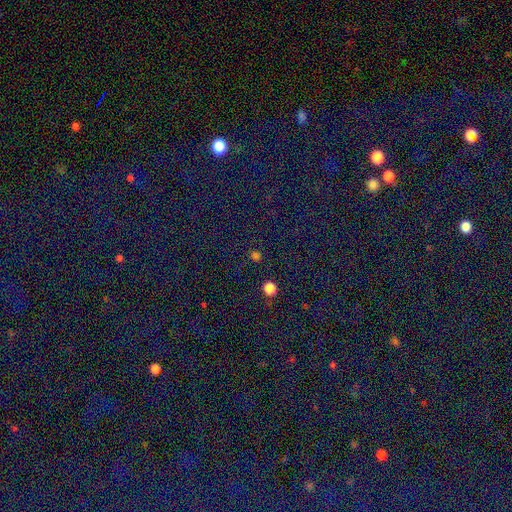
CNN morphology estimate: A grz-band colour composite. It shows a star or artifact, not a galaxy (74%).